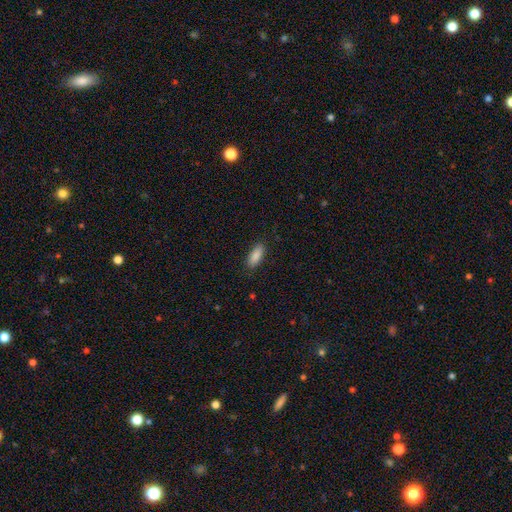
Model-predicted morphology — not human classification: Q: Smooth or featured?
A: smooth (88%); runner-up: star or artifact (6%)
Q: How rounded?
A: in between (77%); runner-up: cigar-shaped (21%)
Q: Merging?
A: none (88%); runner-up: minor disturbance (9%)